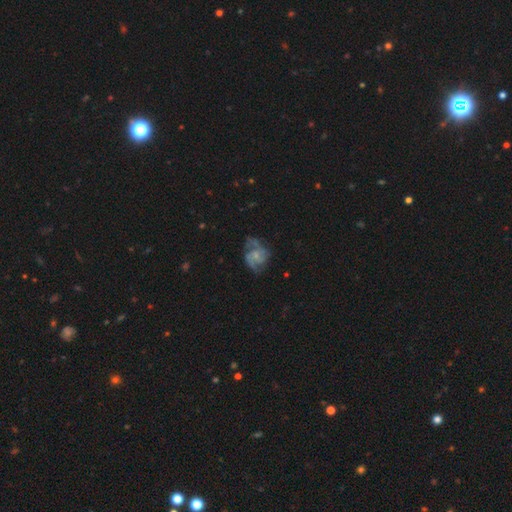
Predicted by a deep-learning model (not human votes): The model was most divided on "spiral winding": medium: 51%, tight: 27%, loose: 22%. More confident: edge-on disk — no (98%); spiral arms — yes (92%); smooth or featured — featured or disk (78%); spiral arm count — 2 (60%); bar — no (59%); merging — none (57%); bulge size — small (55%).